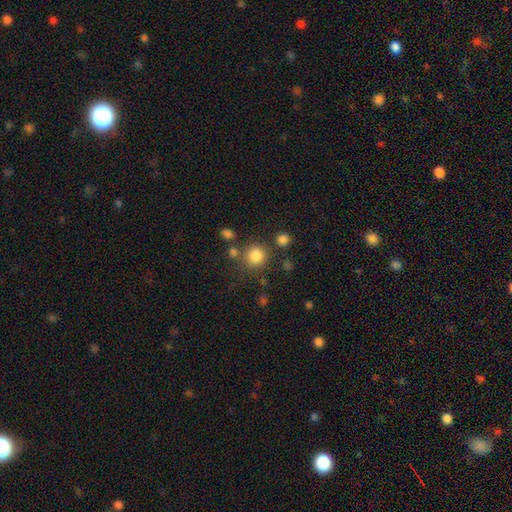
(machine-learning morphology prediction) type=smooth (83%); roundness=round (91%); merging=none (78%).